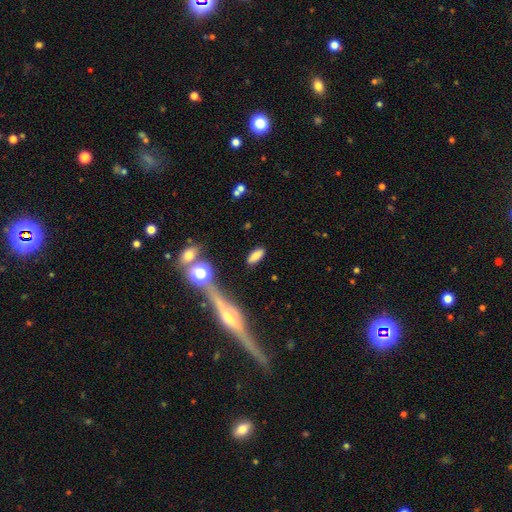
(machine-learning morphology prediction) A smooth galaxy with no disk features (79%) that is in between round and cigar-shaped (72%).

Vote fractions:
- Smooth or featured? smooth: 79% / featured or disk: 12% / star or artifact: 10%
- How rounded? in between: 72% / cigar-shaped: 24% / round: 4%
- Merging? none: 82% / minor disturbance: 10% / merger: 4% / major disturbance: 4%